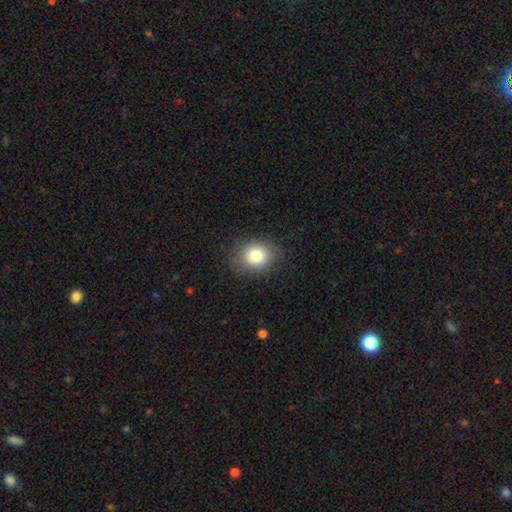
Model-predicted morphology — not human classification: Smooth or featured?
  - smooth: 82% *
  - star or artifact: 10%
  - featured or disk: 8%
How rounded?
  - round: 57% *
  - in between: 42%
  - cigar-shaped: 1%
Merging?
  - none: 85% *
  - minor disturbance: 11%
  - major disturbance: 3%
  - merger: 1%